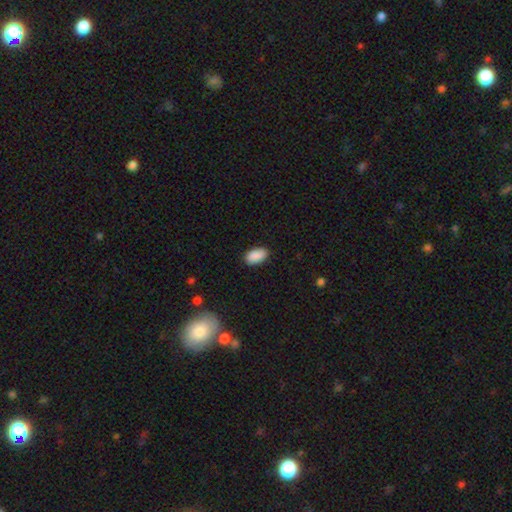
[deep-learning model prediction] Smooth or featured: smooth — 90% (star or artifact — 7%)
How rounded: in between — 94% (round — 5%)
Merging: none — 86% (minor disturbance — 10%)